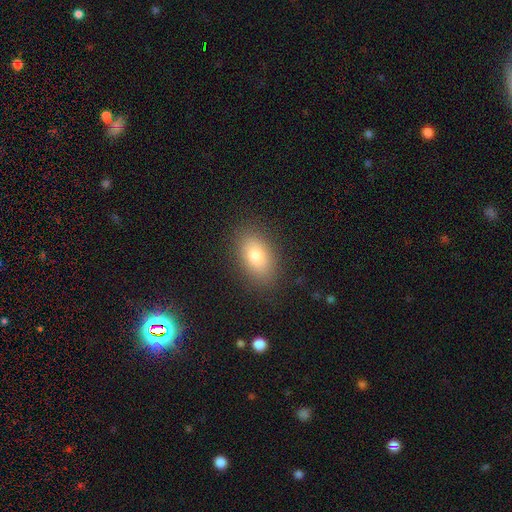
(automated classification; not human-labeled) A smooth galaxy with no disk features (79%) that is in between round and cigar-shaped (88%).

Vote fractions:
- Smooth or featured? smooth: 79% / featured or disk: 12% / star or artifact: 9%
- How rounded? in between: 88% / round: 10% / cigar-shaped: 2%
- Merging? none: 86% / minor disturbance: 10% / major disturbance: 3% / merger: 1%